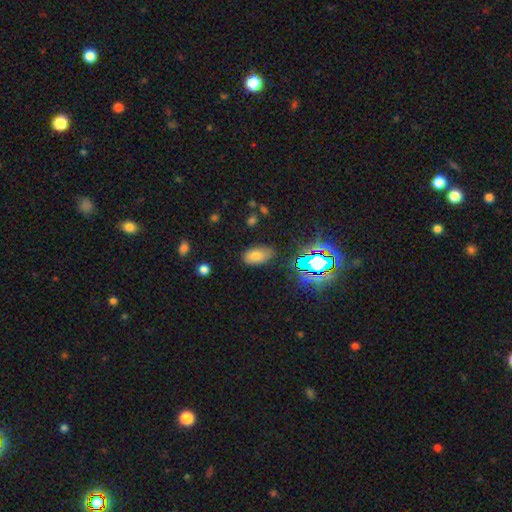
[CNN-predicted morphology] The model was most divided on "smooth or featured": smooth: 70%, star or artifact: 19%, featured or disk: 11%. More confident: how rounded — in between (92%); merging — none (79%).